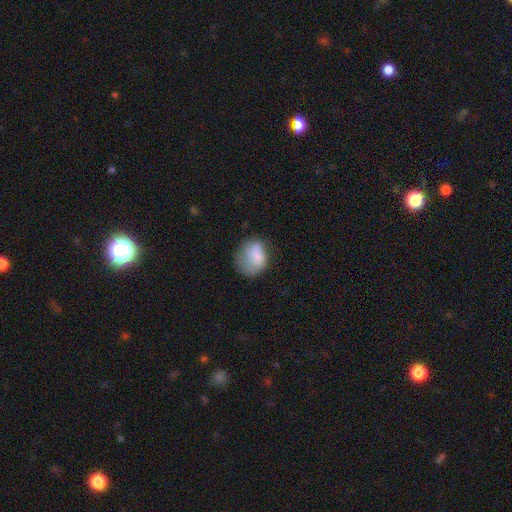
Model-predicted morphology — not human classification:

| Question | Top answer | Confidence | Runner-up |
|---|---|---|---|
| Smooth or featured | smooth | 73% | featured or disk (18%) |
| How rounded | round | 51% | in between (47%) |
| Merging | none | 41% | minor disturbance (33%) |